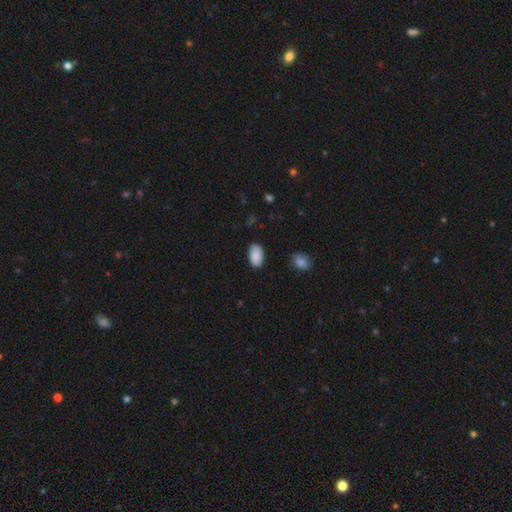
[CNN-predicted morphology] A smooth galaxy with no disk features (89%) that is in between round and cigar-shaped (94%). Merging: none (84%).